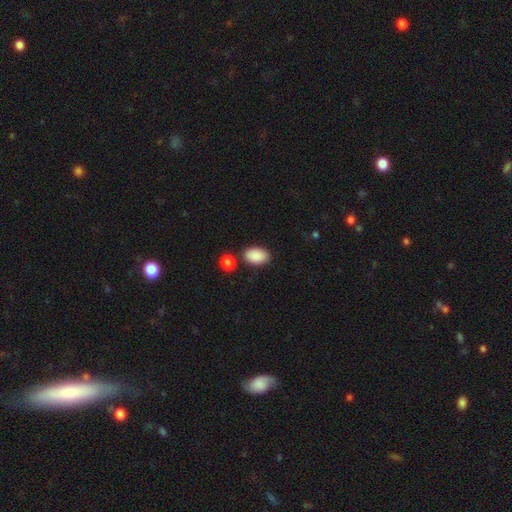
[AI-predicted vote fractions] Smooth or featured?
  - smooth: 90% *
  - star or artifact: 7%
  - featured or disk: 3%
How rounded?
  - in between: 92% *
  - round: 7%
  - cigar-shaped: 1%
Merging?
  - none: 81% *
  - minor disturbance: 11%
  - merger: 5%
  - major disturbance: 3%